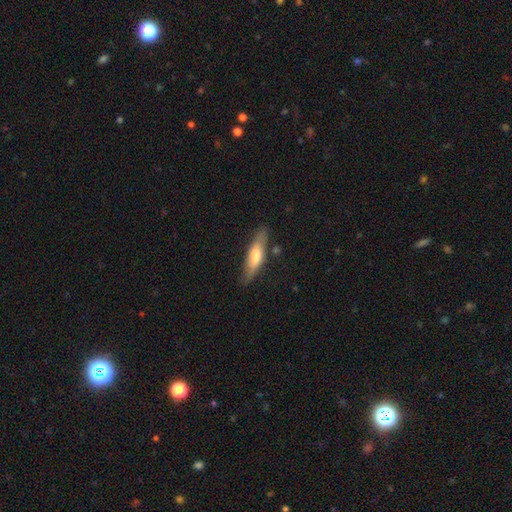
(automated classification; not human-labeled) smooth_or_featured: smooth (p=0.53) [alt: featured or disk p=0.40]
how_rounded: cigar-shaped (p=0.75) [alt: in between p=0.23]
merging: none (p=0.77) [alt: minor disturbance p=0.17]